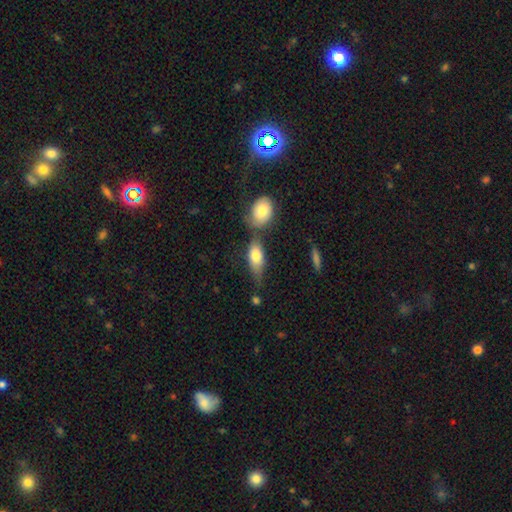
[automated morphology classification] smooth-or-featured: smooth: 72% | featured or disk: 21% | star or artifact: 7%
  how-rounded: in between: 82% | cigar-shaped: 13% | round: 5%
  merging: none: 39% | merger: 30% | minor disturbance: 22% | major disturbance: 9%